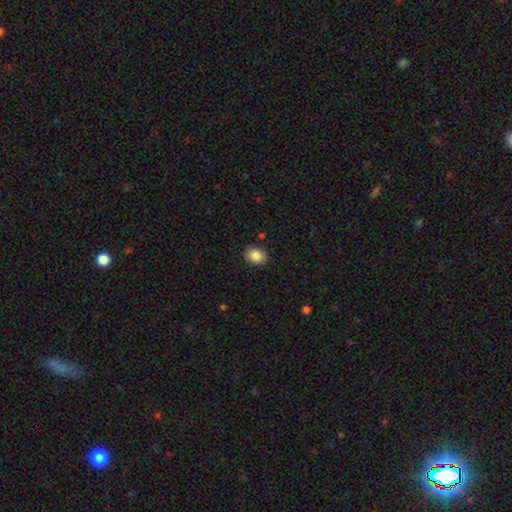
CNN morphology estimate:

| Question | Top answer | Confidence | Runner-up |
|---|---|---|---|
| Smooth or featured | smooth | 86% | star or artifact (8%) |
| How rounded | in between | 66% | round (33%) |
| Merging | none | 89% | minor disturbance (8%) |